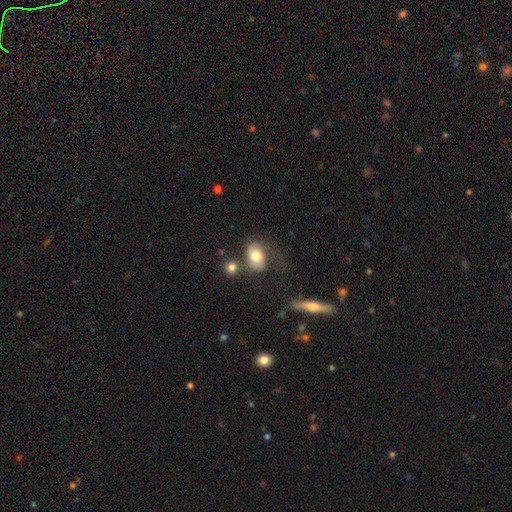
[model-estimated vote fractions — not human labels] A smooth galaxy with no disk features (63%) that is in between round and cigar-shaped (77%). Merging: none (40%).